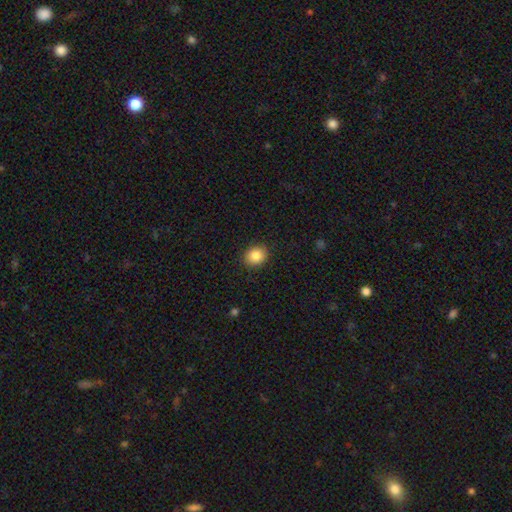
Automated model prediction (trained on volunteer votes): Q: Smooth or featured?
A: smooth (86%); runner-up: star or artifact (9%)
Q: How rounded?
A: round (61%); runner-up: in between (38%)
Q: Merging?
A: none (89%); runner-up: minor disturbance (8%)